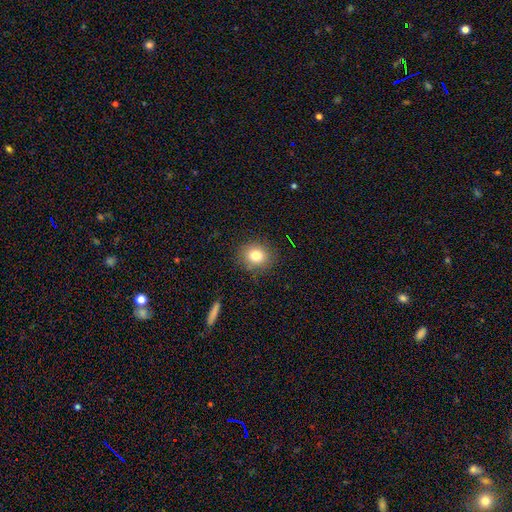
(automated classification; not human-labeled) Morphology: type=smooth (79%); roundness=round (78%); merging=none (86%).